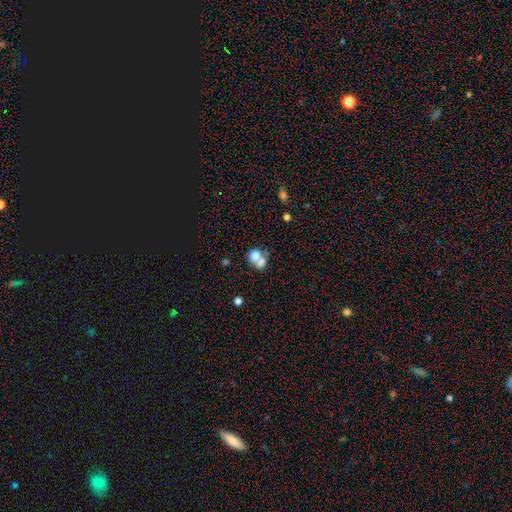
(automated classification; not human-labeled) A smooth galaxy with no disk features (68%) that is round (63%).

Vote fractions:
- Smooth or featured? smooth: 68% / featured or disk: 20% / star or artifact: 12%
- How rounded? round: 63% / in between: 36% / cigar-shaped: 1%
- Merging? merger: 59% / none: 27% / minor disturbance: 8% / major disturbance: 6%